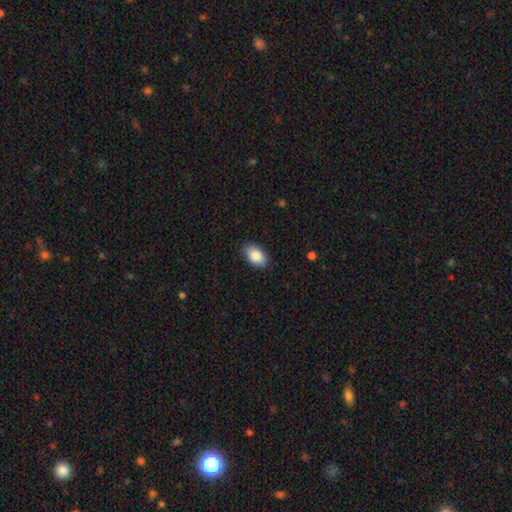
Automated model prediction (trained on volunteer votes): A smooth galaxy with no disk features (85%) that is in between round and cigar-shaped (93%). Merging: none (88%).